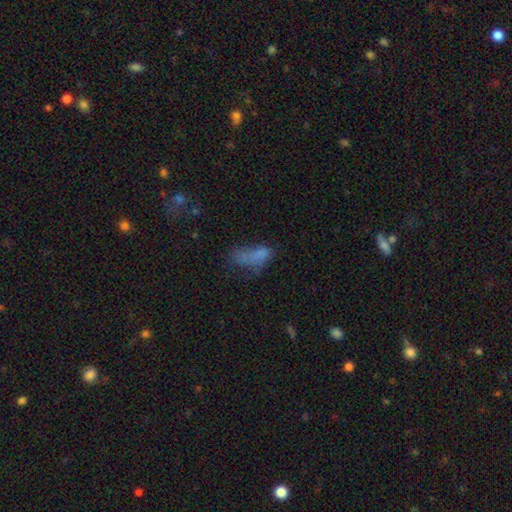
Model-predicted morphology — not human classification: type=smooth (68%); roundness=in between (74%); merging=major disturbance (34%).